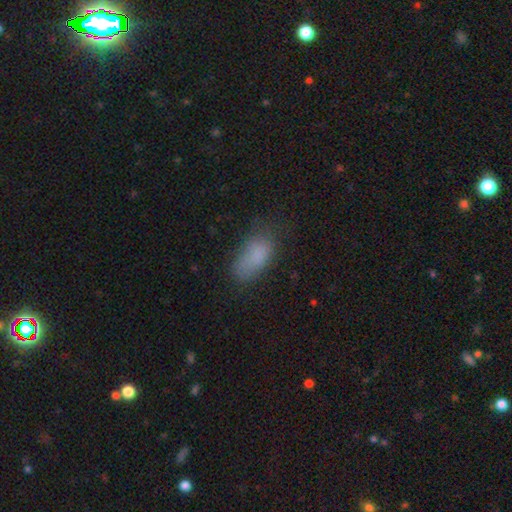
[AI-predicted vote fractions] smooth_or_featured: smooth (p=0.81) [alt: star or artifact p=0.10]
how_rounded: in between (p=0.89) [alt: cigar-shaped p=0.07]
merging: none (p=0.58) [alt: minor disturbance p=0.27]